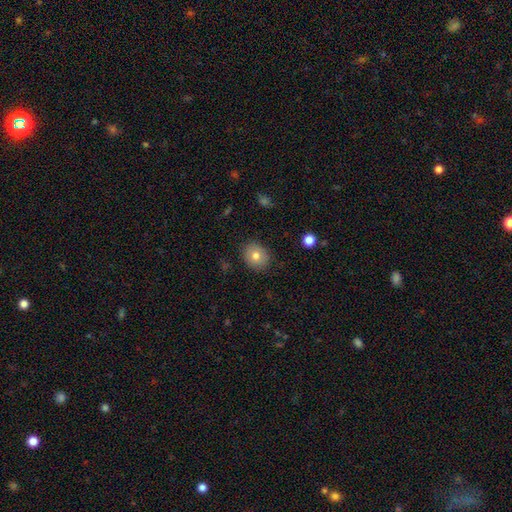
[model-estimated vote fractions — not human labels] smooth-or-featured: smooth: 78% | featured or disk: 13% | star or artifact: 9%
  how-rounded: round: 67% | in between: 32% | cigar-shaped: 1%
  merging: none: 88% | minor disturbance: 9% | major disturbance: 2% | merger: 1%